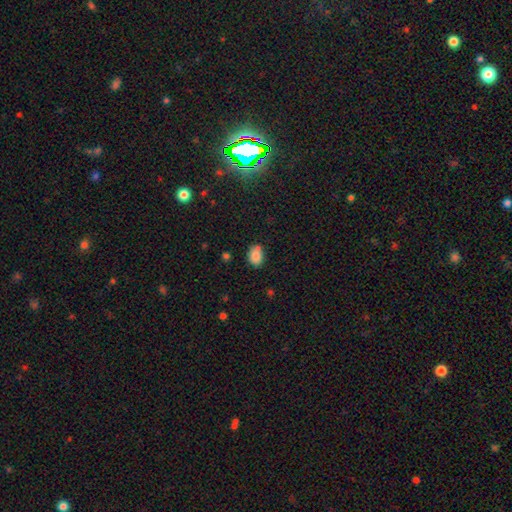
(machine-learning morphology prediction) Smooth or featured? smooth (85%)
How rounded? in between (70%)
Merging? none (70%)